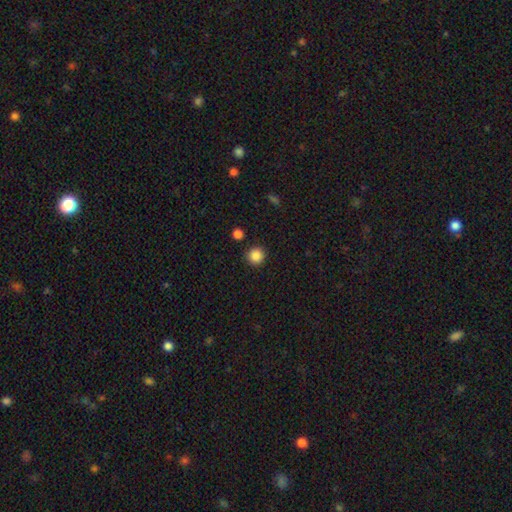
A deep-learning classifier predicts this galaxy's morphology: type=smooth (86%); roundness=round (95%); merging=none (90%).